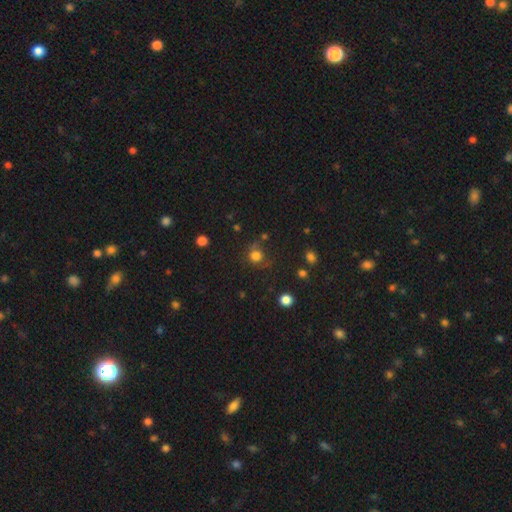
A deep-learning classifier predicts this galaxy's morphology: A smooth galaxy with no disk features (76%) that is round (86%). Merging: none (61%).